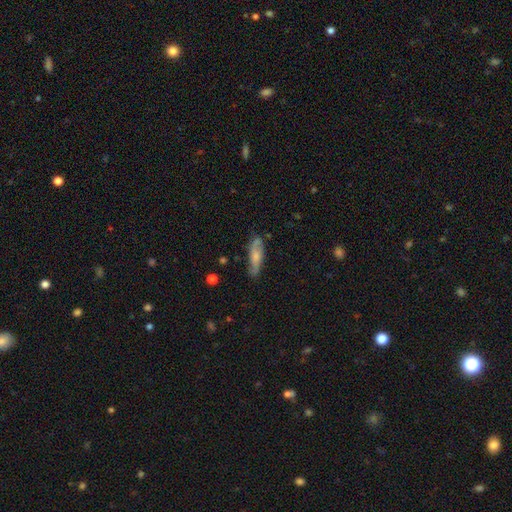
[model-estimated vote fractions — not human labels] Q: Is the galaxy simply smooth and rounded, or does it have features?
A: smooth — 50%.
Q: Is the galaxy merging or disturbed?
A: none — 71%.